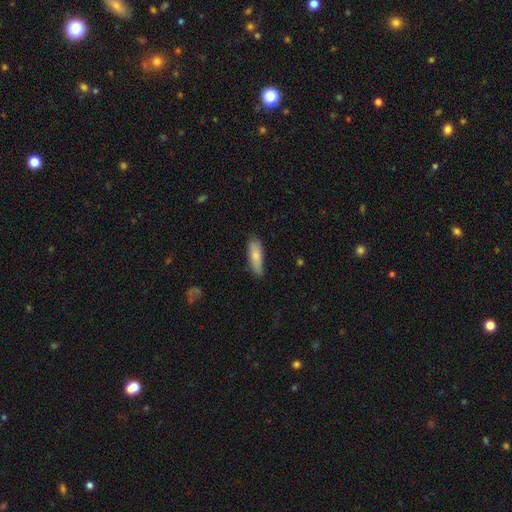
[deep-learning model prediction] A smooth galaxy with no disk features (79%) that is cigar-shaped (50%). Merging: none (79%).